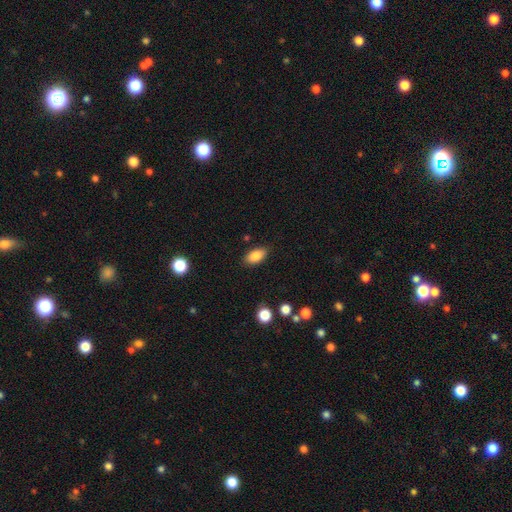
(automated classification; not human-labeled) Smooth or featured? Predicted: smooth (p=0.85). How rounded? Predicted: in between (p=0.91). Merging? Predicted: none (p=0.85).